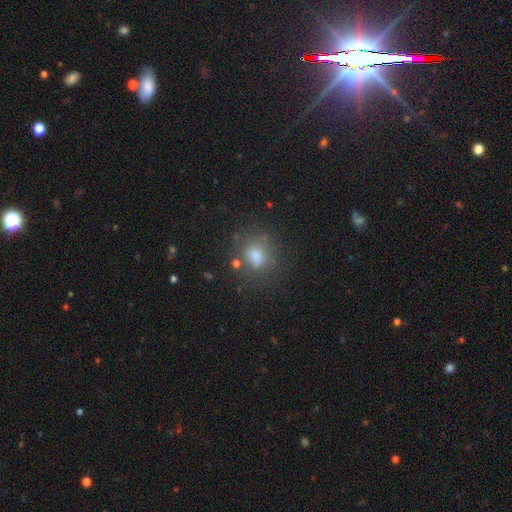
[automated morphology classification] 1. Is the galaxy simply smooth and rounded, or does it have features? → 75% smooth, 16% star or artifact, 9% featured or disk.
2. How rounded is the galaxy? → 57% round, 42% in between, 2% cigar-shaped.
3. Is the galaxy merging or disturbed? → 74% none, 15% minor disturbance, 6% major disturbance, 5% merger.